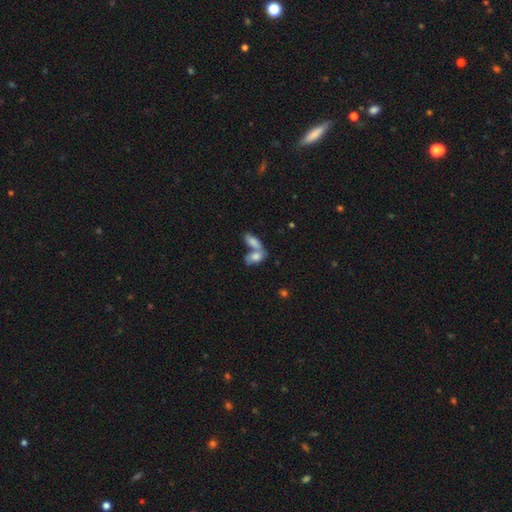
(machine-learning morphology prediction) Smooth or featured? Predicted: smooth (p=0.74). How rounded? Predicted: in between (p=0.87). Merging? Predicted: merger (p=0.64).